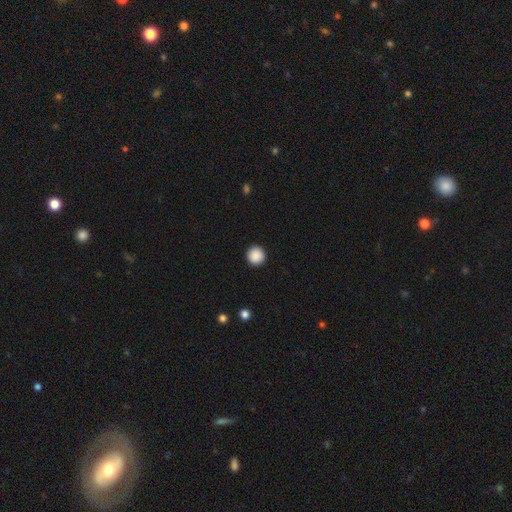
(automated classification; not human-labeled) Morphology: type=smooth (89%); roundness=round (96%); merging=none (93%).